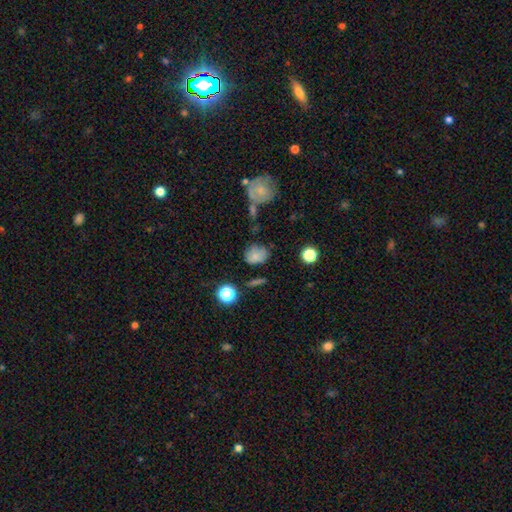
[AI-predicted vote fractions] A smooth galaxy with no disk features (76%) that is round (52%). Merging: none (59%).